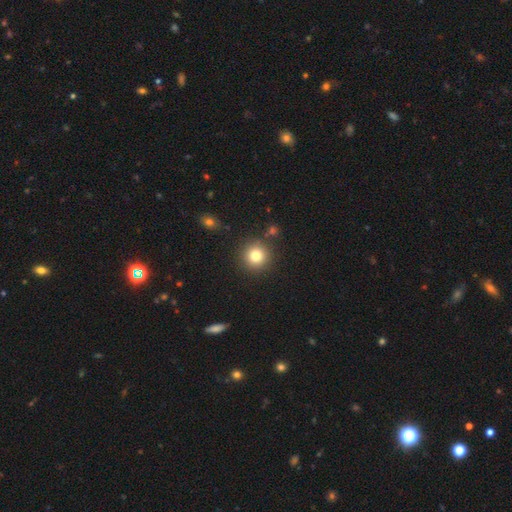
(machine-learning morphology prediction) smooth-or-featured: smooth: 80% | star or artifact: 12% | featured or disk: 8%
  how-rounded: round: 94% | in between: 5% | cigar-shaped: 1%
  merging: none: 86% | minor disturbance: 7% | merger: 4% | major disturbance: 3%